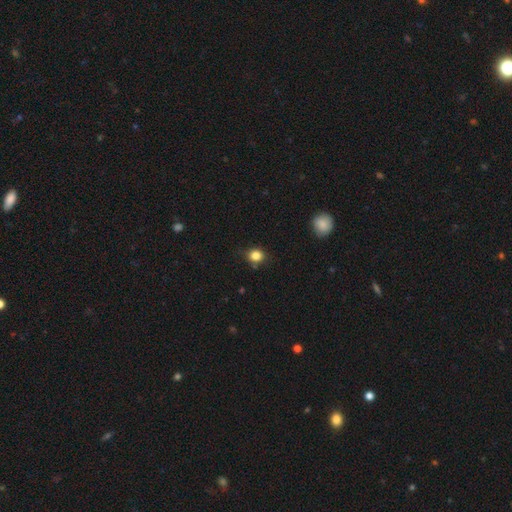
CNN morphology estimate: Smooth or featured?
  - smooth: 83% *
  - star or artifact: 12%
  - featured or disk: 5%
How rounded?
  - round: 77% *
  - in between: 23%
  - cigar-shaped: 1%
Merging?
  - none: 80% *
  - minor disturbance: 14%
  - major disturbance: 3%
  - merger: 3%